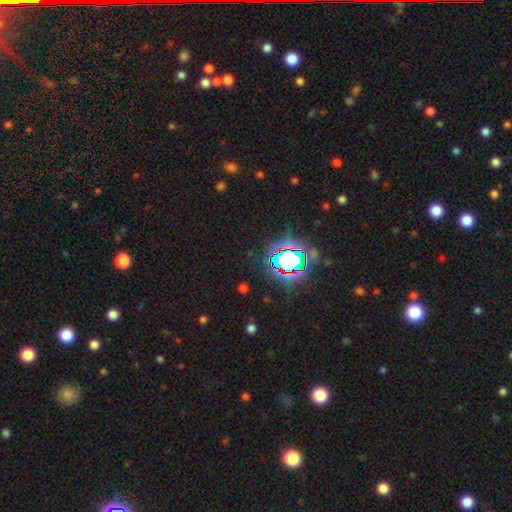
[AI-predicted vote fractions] Smooth or featured? Predicted: star or artifact (p=0.79).